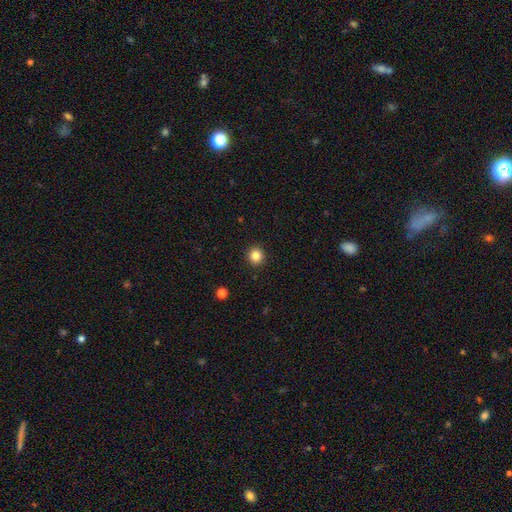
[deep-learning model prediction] smooth_or_featured: smooth (p=0.84) [alt: star or artifact p=0.12]
how_rounded: round (p=0.94) [alt: in between p=0.05]
merging: none (p=0.93) [alt: minor disturbance p=0.04]